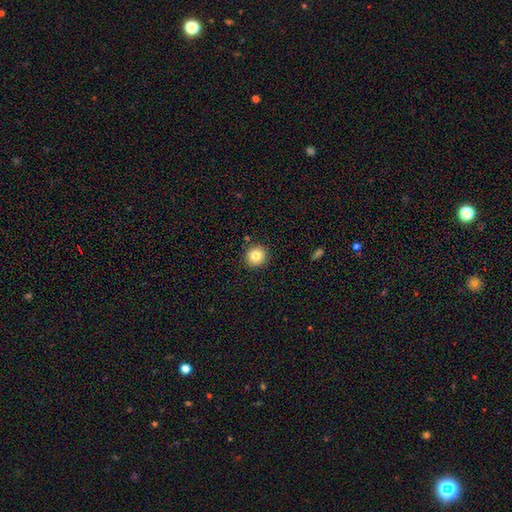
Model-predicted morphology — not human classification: smooth 82%, star or artifact 10%, featured or disk 8%. Down the decision tree: how rounded — round (89%); merging — none (89%).